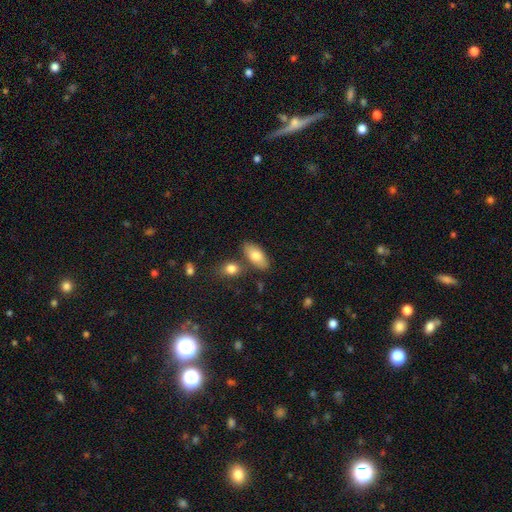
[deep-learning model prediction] The model was most divided on "smooth or featured": smooth: 78%, featured or disk: 16%, star or artifact: 6%. More confident: how rounded — in between (87%); merging — none (75%).